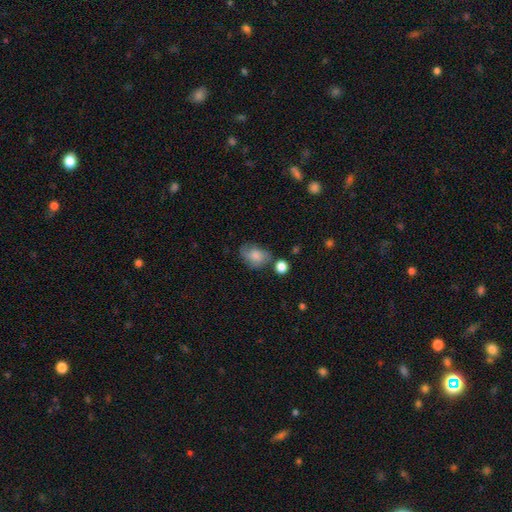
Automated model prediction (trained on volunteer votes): Smooth or featured?
  - smooth: 69% *
  - featured or disk: 22%
  - star or artifact: 9%
How rounded?
  - in between: 67% *
  - round: 31%
  - cigar-shaped: 1%
Merging?
  - none: 47% *
  - minor disturbance: 30%
  - major disturbance: 15%
  - merger: 9%